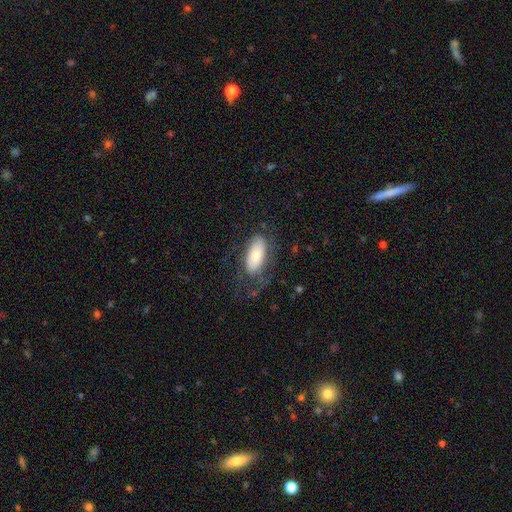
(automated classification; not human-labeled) smooth_or_featured: smooth (p=0.66) [alt: featured or disk p=0.28]
how_rounded: in between (p=0.89) [alt: cigar-shaped p=0.09]
merging: none (p=0.58) [alt: minor disturbance p=0.22]